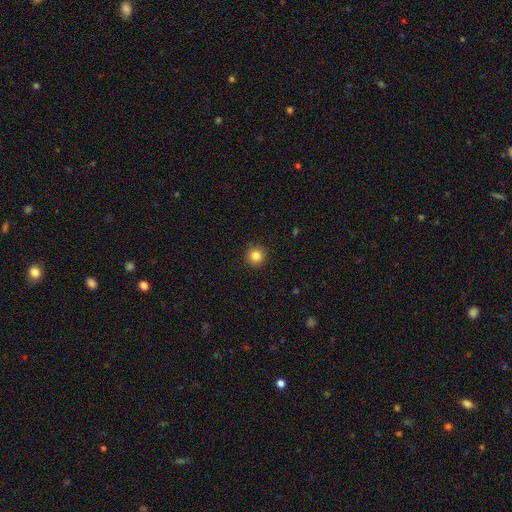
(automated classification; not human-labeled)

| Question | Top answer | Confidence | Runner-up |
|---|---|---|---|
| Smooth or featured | smooth | 85% | star or artifact (11%) |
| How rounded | round | 95% | in between (4%) |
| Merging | none | 92% | minor disturbance (5%) |